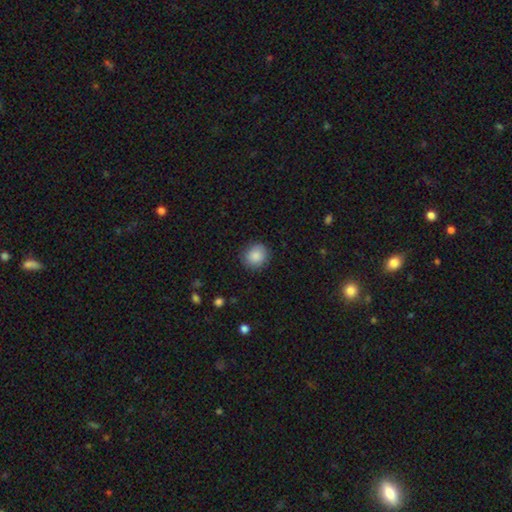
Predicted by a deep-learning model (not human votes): smooth-or-featured: smooth: 88% | star or artifact: 8% | featured or disk: 4%
  how-rounded: round: 85% | in between: 14% | cigar-shaped: 1%
  merging: none: 87% | minor disturbance: 9% | major disturbance: 2% | merger: 1%